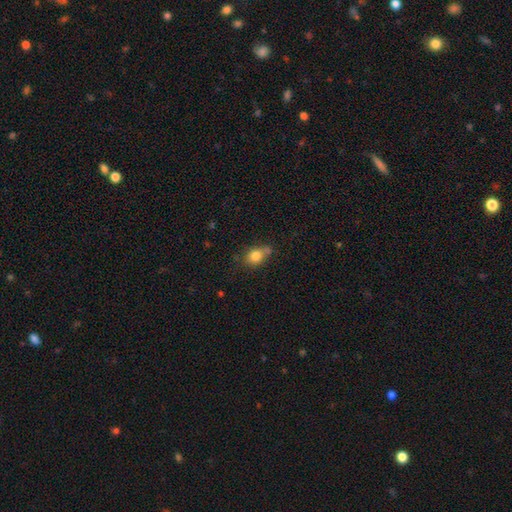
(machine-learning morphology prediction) Smooth or featured: smooth — 81% (star or artifact — 10%)
How rounded: round — 54% (in between — 45%)
Merging: none — 55% (minor disturbance — 21%)